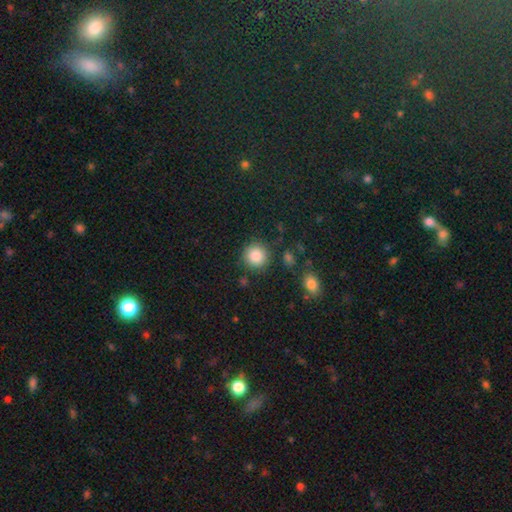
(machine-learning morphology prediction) type=smooth (86%); roundness=round (93%); merging=none (85%).